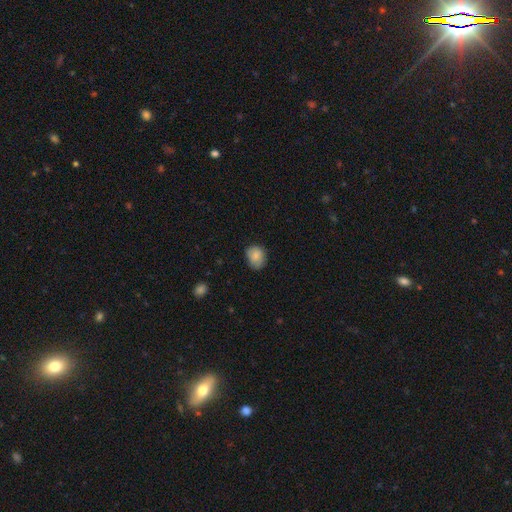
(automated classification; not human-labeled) smooth_or_featured: smooth (p=0.84) [alt: featured or disk p=0.09]
how_rounded: round (p=0.56) [alt: in between p=0.43]
merging: none (p=0.69) [alt: minor disturbance p=0.25]